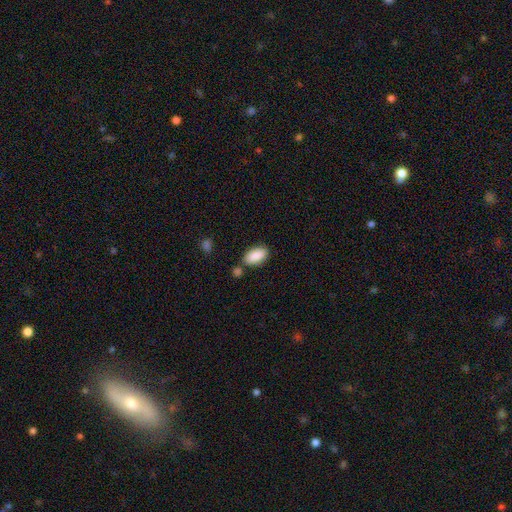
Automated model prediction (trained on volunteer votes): Smooth or featured? smooth (89%)
How rounded? in between (94%)
Merging? none (73%)